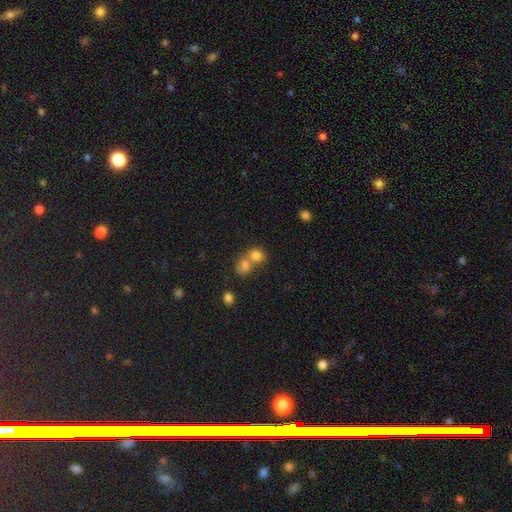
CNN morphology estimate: A smooth galaxy with no disk features (78%) that is round (71%).

Vote fractions:
- Smooth or featured? smooth: 78% / star or artifact: 12% / featured or disk: 10%
- How rounded? round: 71% / in between: 28% / cigar-shaped: 1%
- Merging? merger: 62% / none: 30% / minor disturbance: 5% / major disturbance: 3%